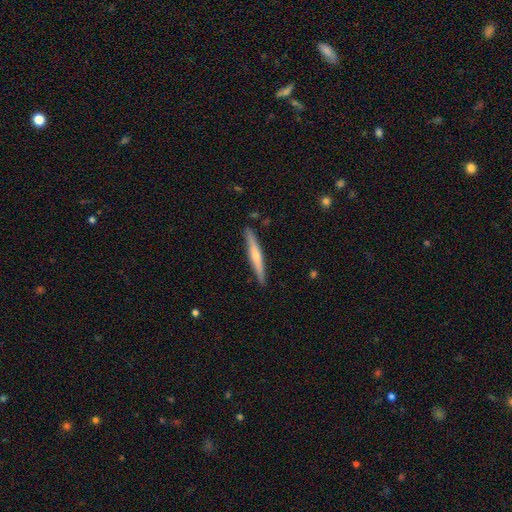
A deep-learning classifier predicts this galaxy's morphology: The model was most divided on "smooth or featured": featured or disk: 53%, smooth: 42%, star or artifact: 5%. More confident: edge-on disk — yes (96%); merging — none (90%); edge-on bulge — rounded (67%).